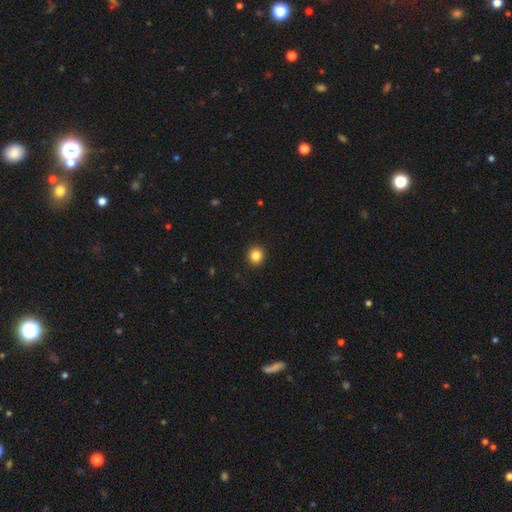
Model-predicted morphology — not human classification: Q: Smooth or featured?
A: smooth (84%); runner-up: star or artifact (11%)
Q: How rounded?
A: round (90%); runner-up: in between (9%)
Q: Merging?
A: none (92%); runner-up: minor disturbance (5%)